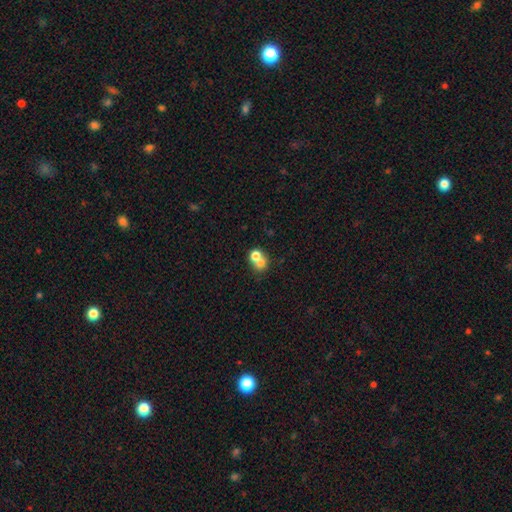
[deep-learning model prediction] smooth 71%, featured or disk 17%, star or artifact 11%. Down the decision tree: how rounded — round (69%); merging — merger (63%).